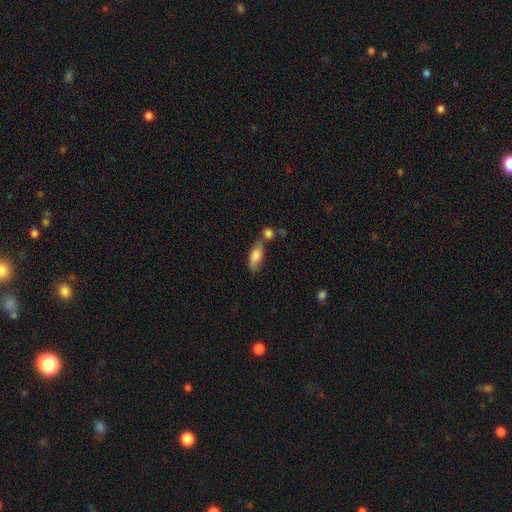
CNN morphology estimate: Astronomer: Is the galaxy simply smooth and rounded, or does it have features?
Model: smooth — 72%.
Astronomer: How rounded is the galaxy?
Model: in between — 77%.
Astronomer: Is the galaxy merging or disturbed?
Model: none — 48% (runner-up: merger, 27%).